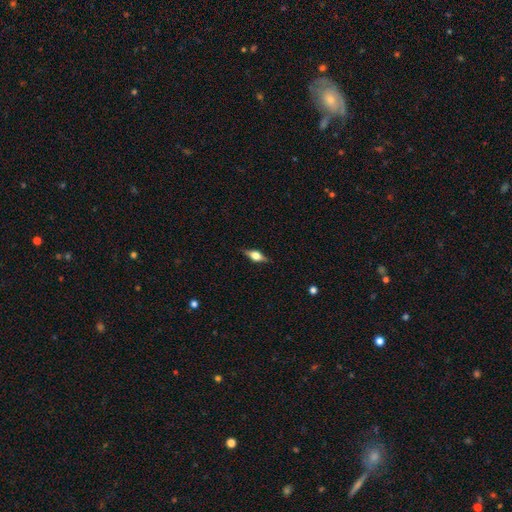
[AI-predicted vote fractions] smooth-or-featured: featured or disk: 64% | smooth: 29% | star or artifact: 8%
  disk-edge-on: yes: 96% | no: 4%
    edge-on-bulge: rounded: 92% | boxy: 7% | none: 1%
  merging: none: 85% | minor disturbance: 11% | major disturbance: 3% | merger: 1%